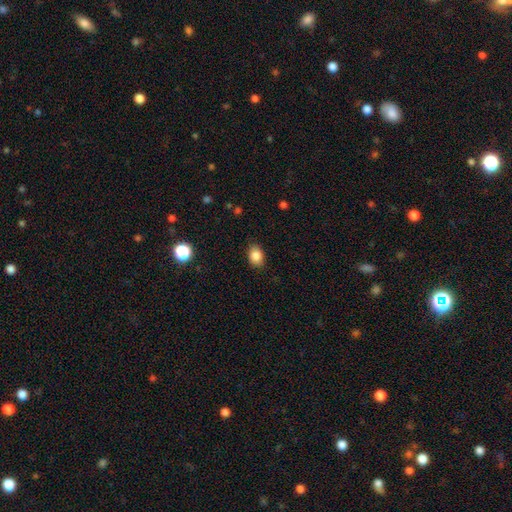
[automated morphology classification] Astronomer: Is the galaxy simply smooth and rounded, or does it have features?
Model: smooth — 86%.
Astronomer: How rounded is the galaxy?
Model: in between — 72%.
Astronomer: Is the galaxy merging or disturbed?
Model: none — 84%.